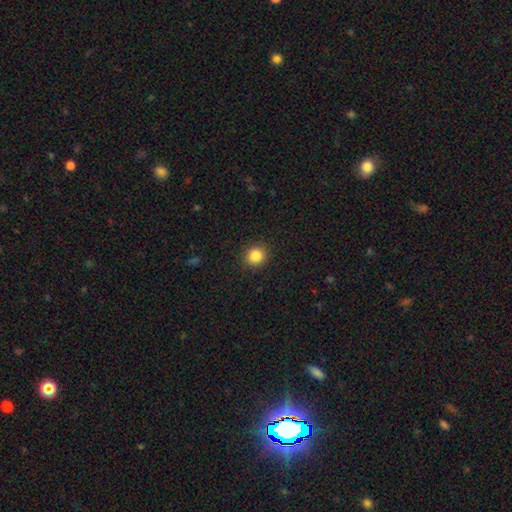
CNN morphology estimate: Smooth or featured: smooth — 86% (star or artifact — 10%)
How rounded: round — 86% (in between — 13%)
Merging: none — 91% (minor disturbance — 6%)